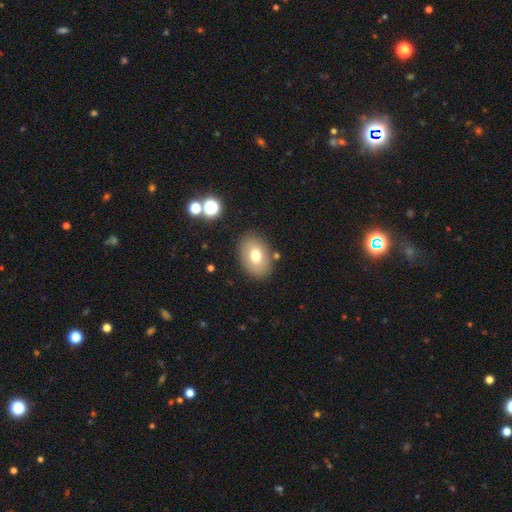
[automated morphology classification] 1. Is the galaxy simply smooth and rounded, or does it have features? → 73% smooth, 18% featured or disk, 9% star or artifact.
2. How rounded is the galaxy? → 79% in between, 20% round, 1% cigar-shaped.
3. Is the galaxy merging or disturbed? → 83% none, 11% minor disturbance, 3% major disturbance, 3% merger.